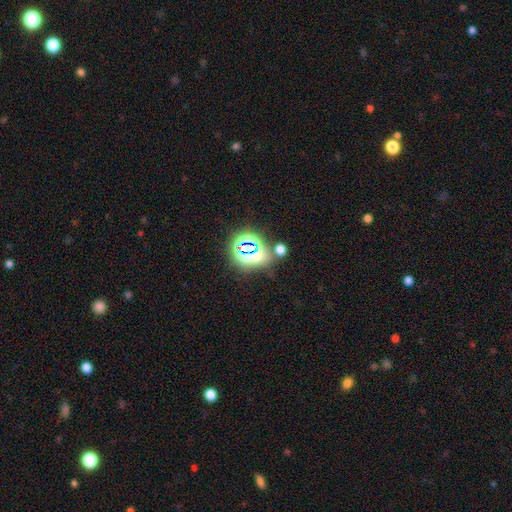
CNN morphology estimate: star or artifact 61%, smooth 30%, featured or disk 9%.